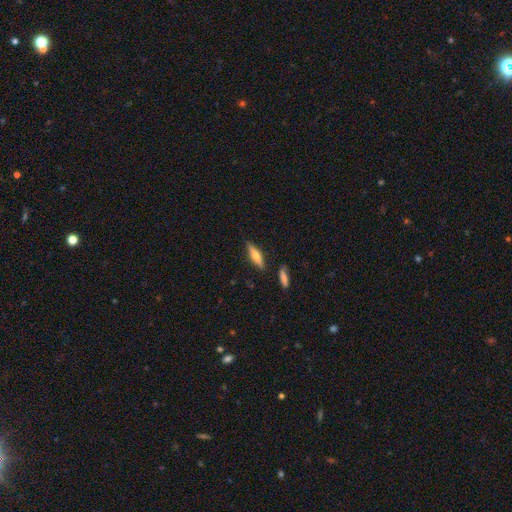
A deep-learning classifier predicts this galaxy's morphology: Smooth or featured?
  - smooth: 58% *
  - featured or disk: 36%
  - star or artifact: 7%
How rounded?
  - cigar-shaped: 72% *
  - in between: 26%
  - round: 2%
Merging?
  - none: 83% *
  - minor disturbance: 11%
  - merger: 4%
  - major disturbance: 2%